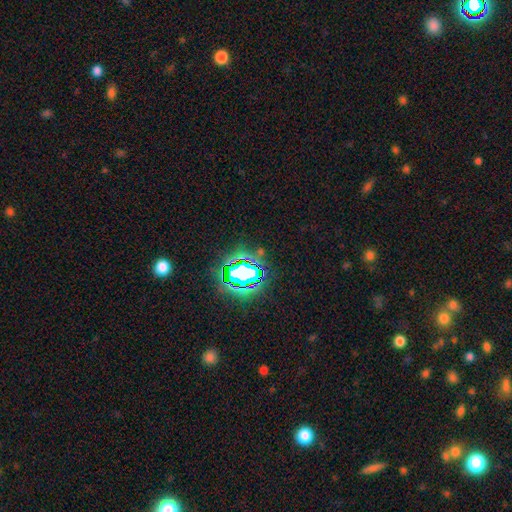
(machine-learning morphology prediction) Smooth or featured?
  - star or artifact: 77% *
  - smooth: 15%
  - featured or disk: 8%